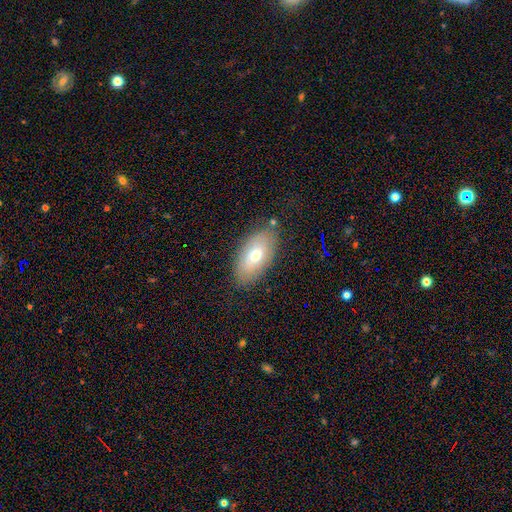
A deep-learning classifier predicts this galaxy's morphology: Smooth or featured: smooth — 65% (featured or disk — 27%)
How rounded: in between — 92% (round — 4%)
Merging: none — 80% (minor disturbance — 14%)